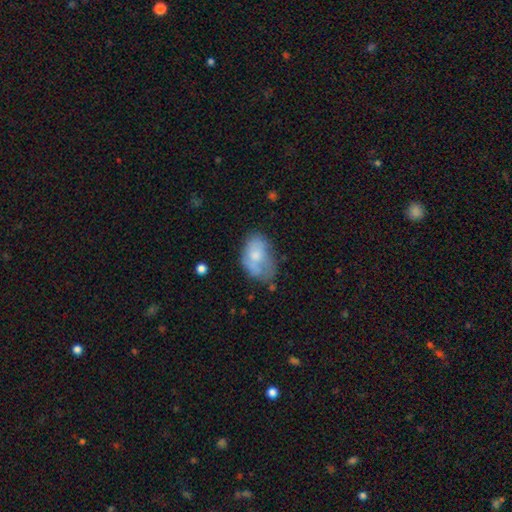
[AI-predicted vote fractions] smooth-or-featured: smooth: 62% | featured or disk: 30% | star or artifact: 8%
  how-rounded: in between: 88% | round: 11% | cigar-shaped: 1%
  merging: none: 35% | minor disturbance: 34% | major disturbance: 22% | merger: 9%